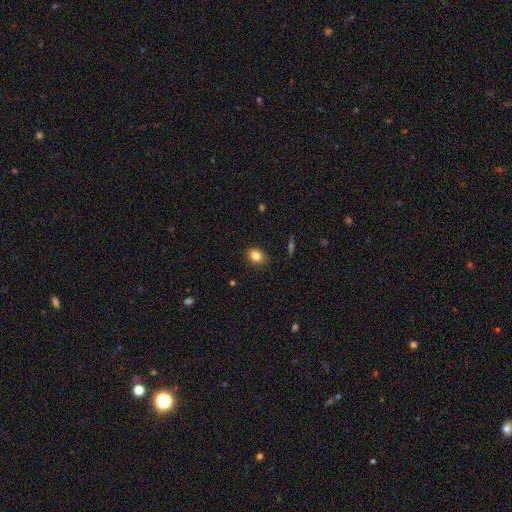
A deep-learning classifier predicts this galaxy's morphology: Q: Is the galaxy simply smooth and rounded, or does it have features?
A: smooth — 84%.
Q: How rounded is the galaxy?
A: in between — 59%.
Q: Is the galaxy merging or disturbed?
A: none — 85%.